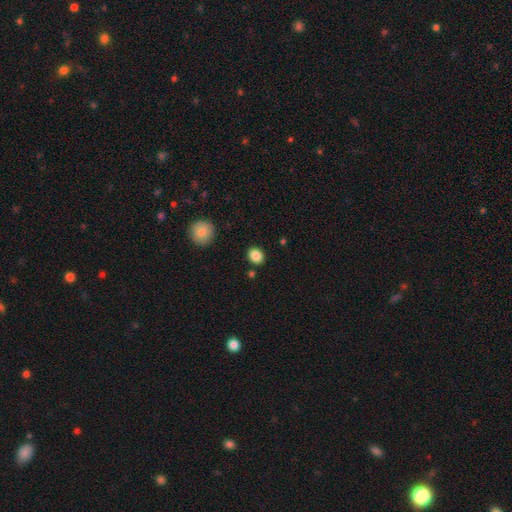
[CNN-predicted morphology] smooth 87%, star or artifact 9%, featured or disk 4%. Down the decision tree: how rounded — round (58%); merging — none (87%).